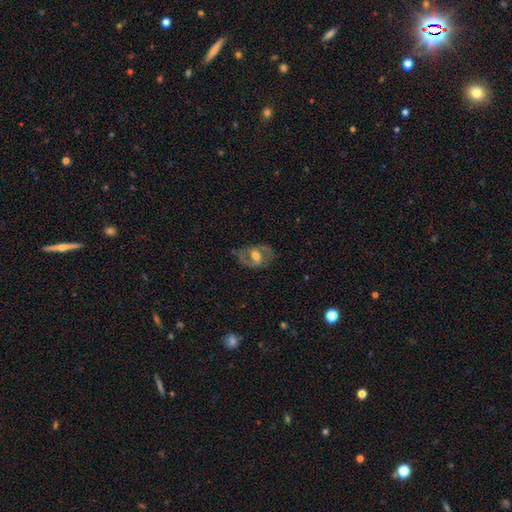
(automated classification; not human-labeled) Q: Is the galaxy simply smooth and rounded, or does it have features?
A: featured or disk — 75%.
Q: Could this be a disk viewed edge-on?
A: no — 95%.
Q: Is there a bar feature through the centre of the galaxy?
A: weak — 45%.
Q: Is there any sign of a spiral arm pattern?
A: yes — 77%.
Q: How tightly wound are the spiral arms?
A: medium — 53%.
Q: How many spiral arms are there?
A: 2 — 84%.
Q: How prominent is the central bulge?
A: moderate — 63%.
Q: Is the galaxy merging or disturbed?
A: none — 76%.